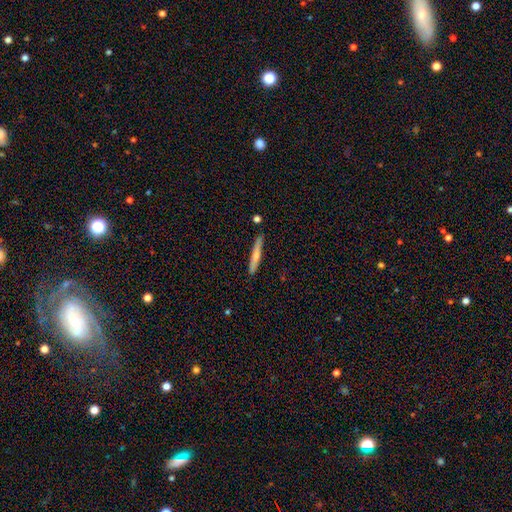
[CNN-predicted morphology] A smooth galaxy with no disk features (60%) that is cigar-shaped (94%). Merging: none (86%).